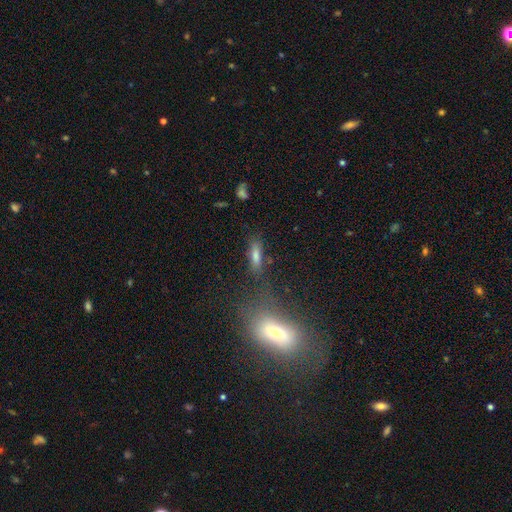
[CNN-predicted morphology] smooth-or-featured: smooth: 56% | featured or disk: 24% | star or artifact: 20%
  how-rounded: cigar-shaped: 49% | in between: 44% | round: 7%
  merging: none: 61% | minor disturbance: 15% | merger: 15% | major disturbance: 9%